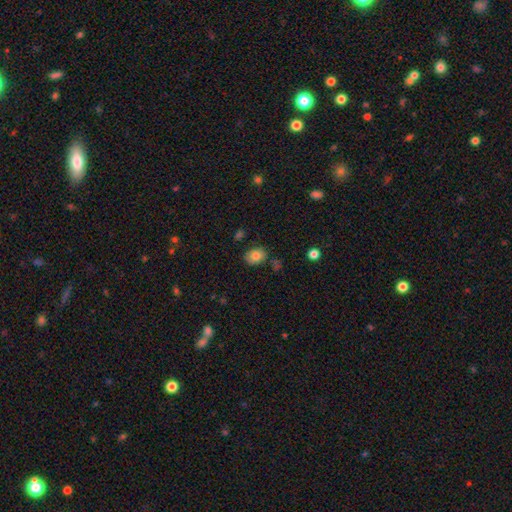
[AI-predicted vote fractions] Smooth or featured? smooth (81%)
How rounded? in between (67%)
Merging? none (77%)